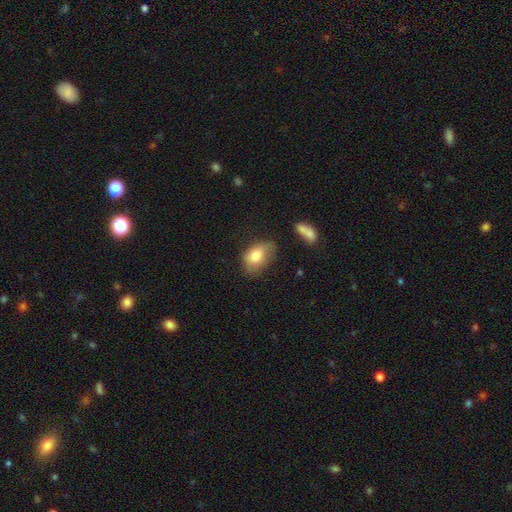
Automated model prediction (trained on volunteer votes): Smooth or featured? Predicted: smooth (p=0.76). How rounded? Predicted: in between (p=0.83). Merging? Predicted: none (p=0.44).